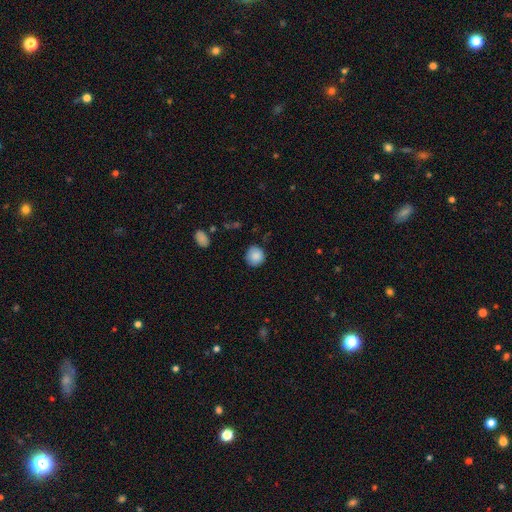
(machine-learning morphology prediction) smooth_or_featured: smooth (p=0.87) [alt: star or artifact p=0.08]
how_rounded: round (p=0.89) [alt: in between p=0.10]
merging: none (p=0.81) [alt: minor disturbance p=0.15]